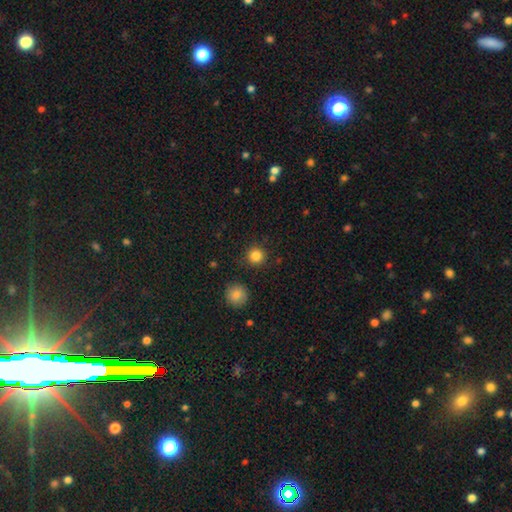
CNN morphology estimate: The model was most divided on "smooth or featured": smooth: 84%, star or artifact: 12%, featured or disk: 4%. More confident: how rounded — round (95%); merging — none (89%).